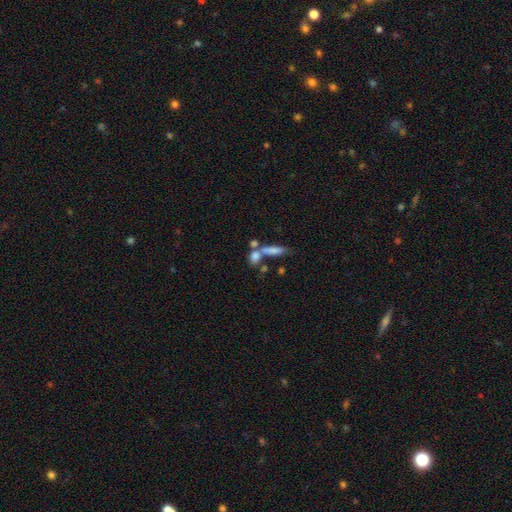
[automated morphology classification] This is possibly a smooth galaxy (53%). How rounded: possibly cigar-shaped (52%). Merging: possibly none (47%).